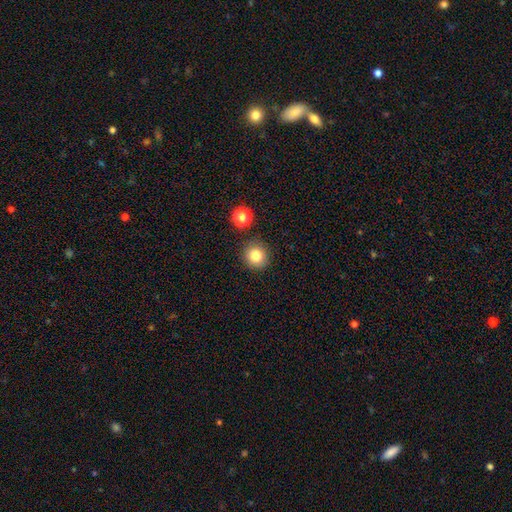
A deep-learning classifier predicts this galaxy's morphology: The model was most divided on "smooth or featured": smooth: 83%, star or artifact: 11%, featured or disk: 6%. More confident: how rounded — round (92%); merging — none (86%).